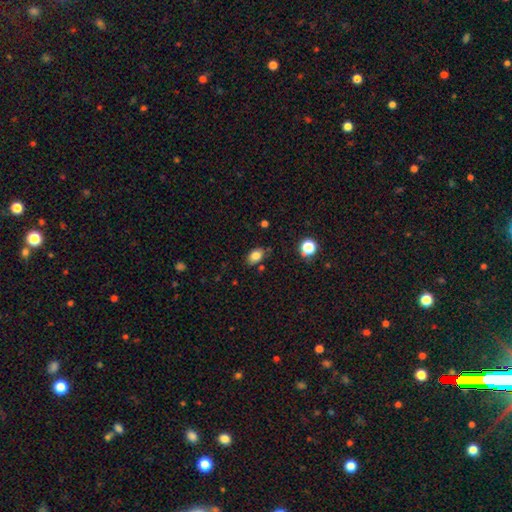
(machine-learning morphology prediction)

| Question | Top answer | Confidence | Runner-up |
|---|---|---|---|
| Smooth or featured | smooth | 83% | star or artifact (10%) |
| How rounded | in between | 80% | round (18%) |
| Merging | none | 77% | minor disturbance (16%) |